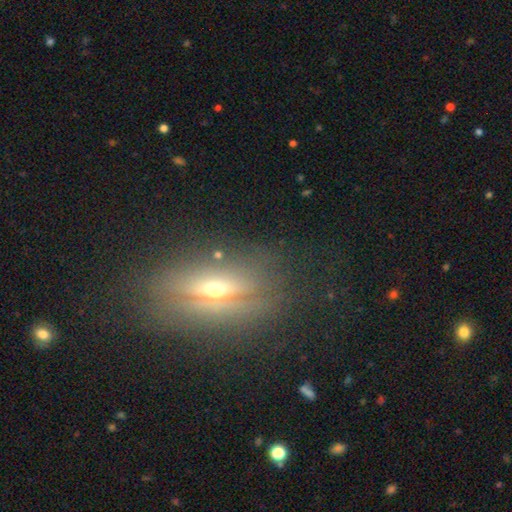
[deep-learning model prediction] This is likely a featured or disk galaxy (62%). It is likely viewed edge-on (78%). Merging: likely none (77%).